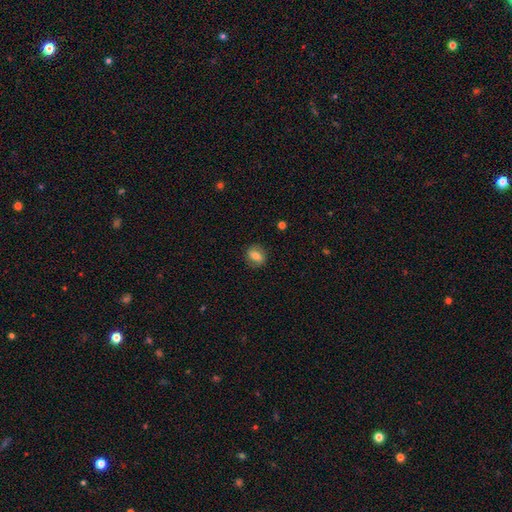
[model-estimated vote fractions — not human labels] Smooth or featured?
  - smooth: 74% *
  - featured or disk: 17%
  - star or artifact: 9%
How rounded?
  - round: 49% *
  - in between: 48%
  - cigar-shaped: 2%
Merging?
  - none: 86% *
  - minor disturbance: 10%
  - major disturbance: 3%
  - merger: 1%